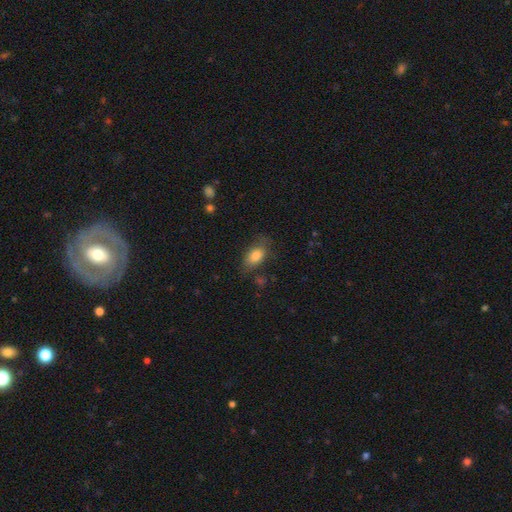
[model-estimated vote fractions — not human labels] smooth_or_featured: smooth (p=0.82) [alt: featured or disk p=0.10]
how_rounded: in between (p=0.88) [alt: round p=0.08]
merging: none (p=0.66) [alt: minor disturbance p=0.23]